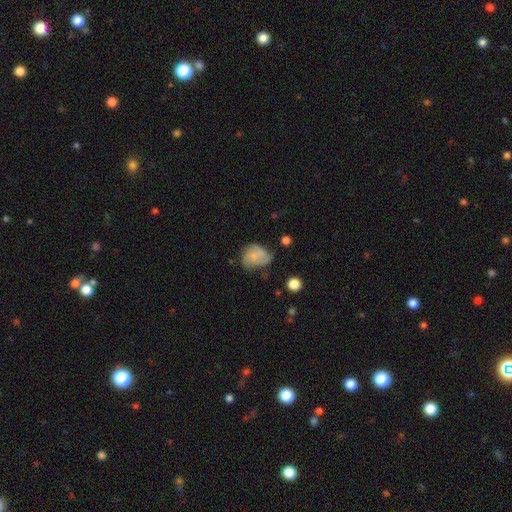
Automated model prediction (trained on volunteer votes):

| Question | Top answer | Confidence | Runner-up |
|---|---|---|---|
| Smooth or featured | smooth | 54% | featured or disk (37%) |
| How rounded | in between | 50% | round (49%) |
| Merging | none | 42% | minor disturbance (35%) |